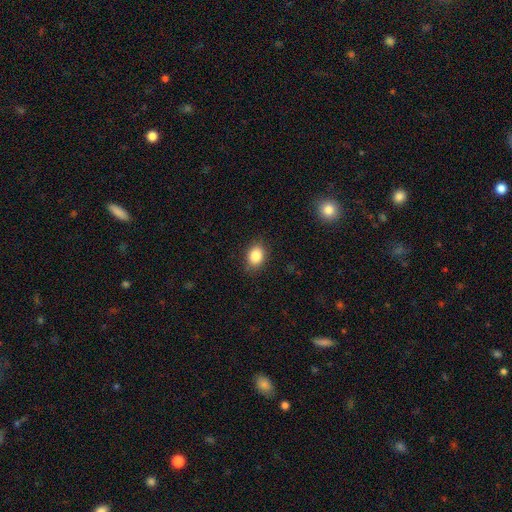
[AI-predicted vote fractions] smooth 86%, star or artifact 9%, featured or disk 5%. Down the decision tree: how rounded — in between (64%); merging — none (85%).